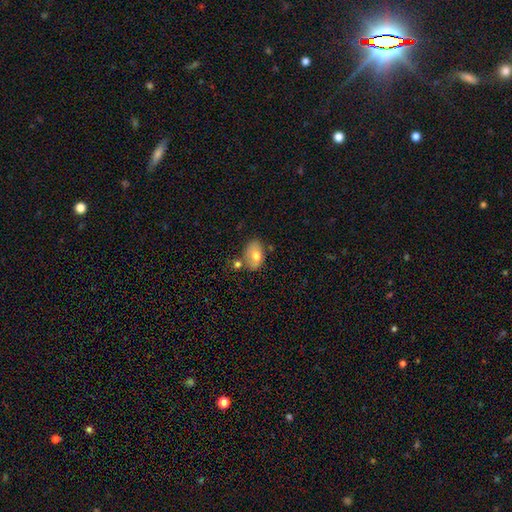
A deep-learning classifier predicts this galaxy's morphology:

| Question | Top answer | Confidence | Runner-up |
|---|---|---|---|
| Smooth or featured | smooth | 69% | featured or disk (23%) |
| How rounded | in between | 85% | round (14%) |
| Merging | none | 60% | minor disturbance (20%) |